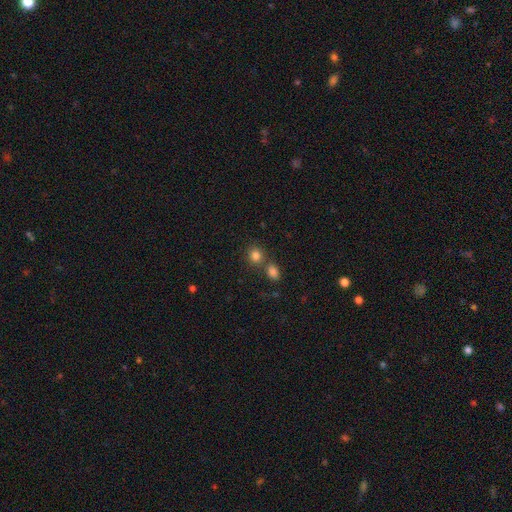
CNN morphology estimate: smooth 82%, star or artifact 12%, featured or disk 6%. Down the decision tree: how rounded — round (80%); merging — none (61%).